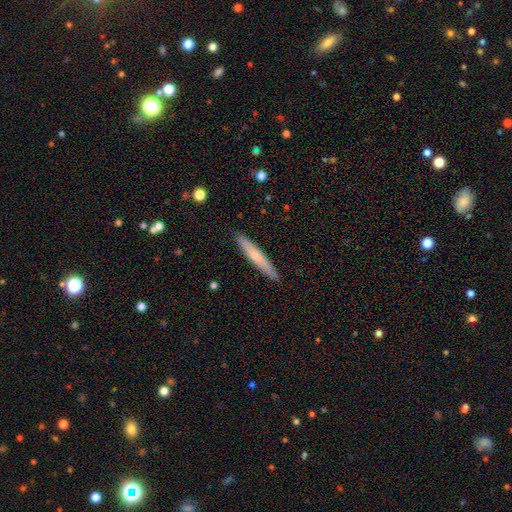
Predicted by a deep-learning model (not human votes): smooth 59%, featured or disk 35%, star or artifact 6%. Down the decision tree: how rounded — cigar-shaped (94%); merging — none (90%).